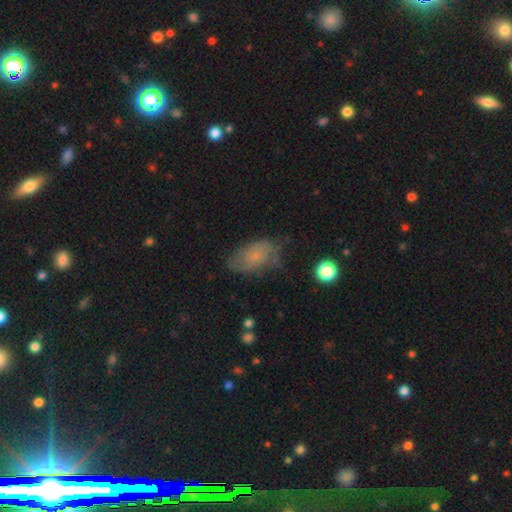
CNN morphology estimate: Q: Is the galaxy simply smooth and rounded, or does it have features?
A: smooth — 55%.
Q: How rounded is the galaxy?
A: in between — 90%.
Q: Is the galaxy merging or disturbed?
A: none — 50%.